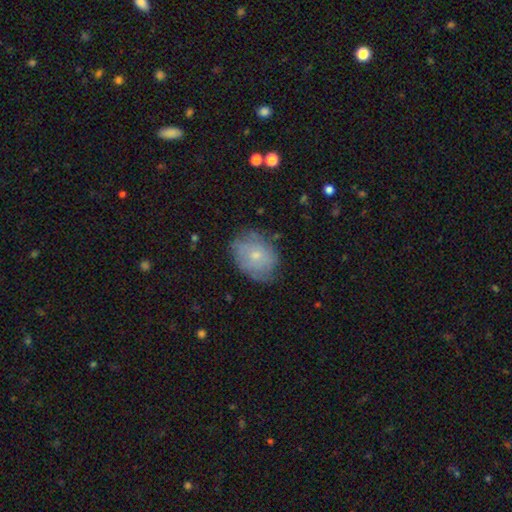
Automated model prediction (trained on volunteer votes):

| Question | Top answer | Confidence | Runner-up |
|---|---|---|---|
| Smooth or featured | smooth | 55% | featured or disk (37%) |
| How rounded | in between | 61% | round (38%) |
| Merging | none | 67% | minor disturbance (24%) |